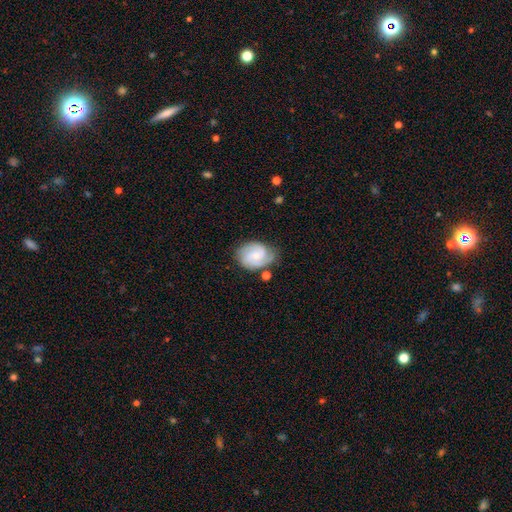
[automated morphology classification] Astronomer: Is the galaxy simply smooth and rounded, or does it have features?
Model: featured or disk — 74%.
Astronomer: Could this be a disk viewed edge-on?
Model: no — 98%.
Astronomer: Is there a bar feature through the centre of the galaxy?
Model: no — 59% (runner-up: weak, 36%).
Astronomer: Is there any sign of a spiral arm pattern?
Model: yes — 96%.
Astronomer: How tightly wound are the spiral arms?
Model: tight — 51% (runner-up: medium, 40%).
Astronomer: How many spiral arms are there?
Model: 2 — 46% (runner-up: 3, 31%).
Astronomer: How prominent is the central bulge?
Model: small — 61%.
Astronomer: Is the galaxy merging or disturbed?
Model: none — 68%.